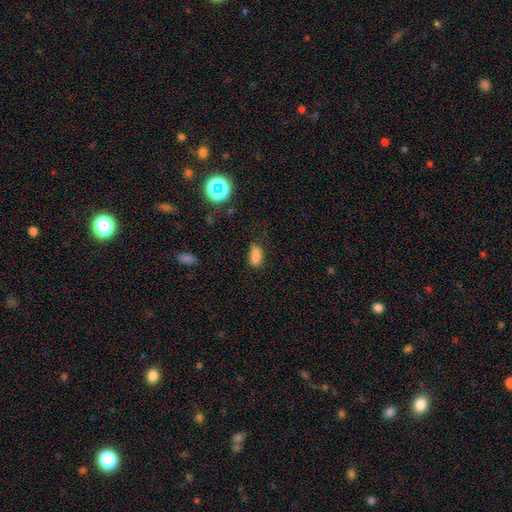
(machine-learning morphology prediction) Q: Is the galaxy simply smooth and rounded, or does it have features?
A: smooth — 81%.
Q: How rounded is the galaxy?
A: in between — 86%.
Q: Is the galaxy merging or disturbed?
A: none — 60%.